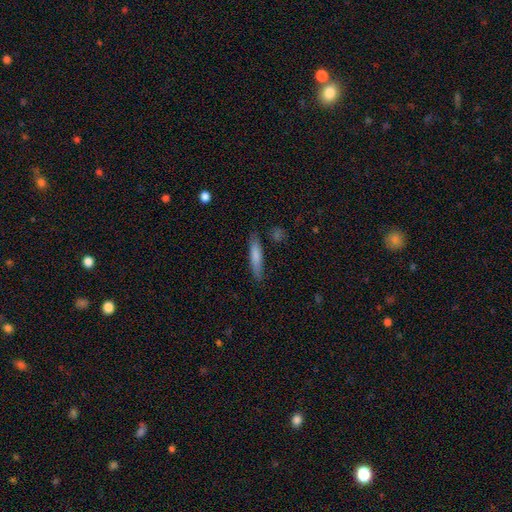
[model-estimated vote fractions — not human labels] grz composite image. It shows a smooth galaxy with no disk features (77%) that is cigar-shaped (84%). Merging: none (82%).